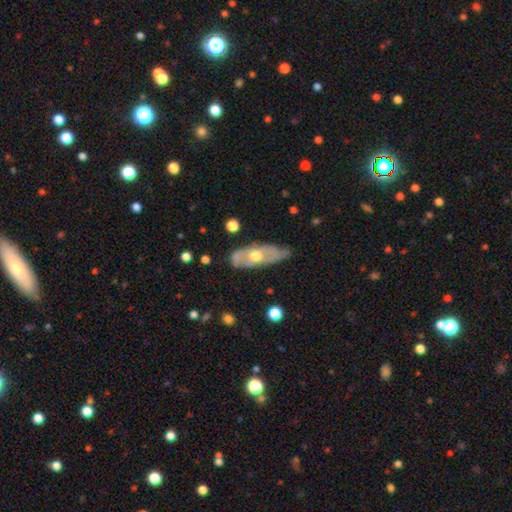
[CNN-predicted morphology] Smooth or featured: featured or disk — 61% (smooth — 34%)
Edge-on disk: no — 72% (yes — 28%)
Merging: none — 62% (minor disturbance — 28%)